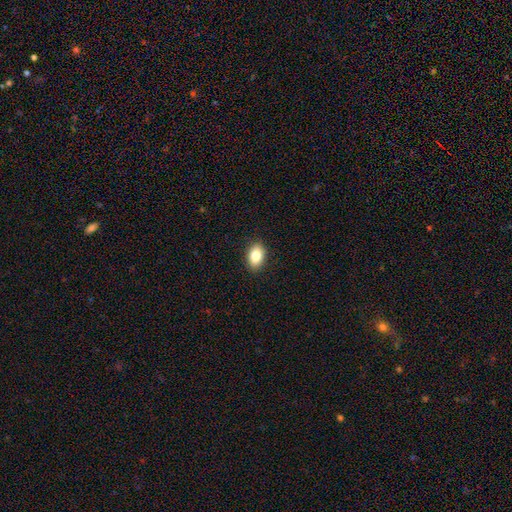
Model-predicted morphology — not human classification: smooth-or-featured: smooth: 83% | featured or disk: 9% | star or artifact: 8%
  how-rounded: in between: 87% | round: 12% | cigar-shaped: 1%
  merging: none: 90% | minor disturbance: 7% | major disturbance: 2% | merger: 1%